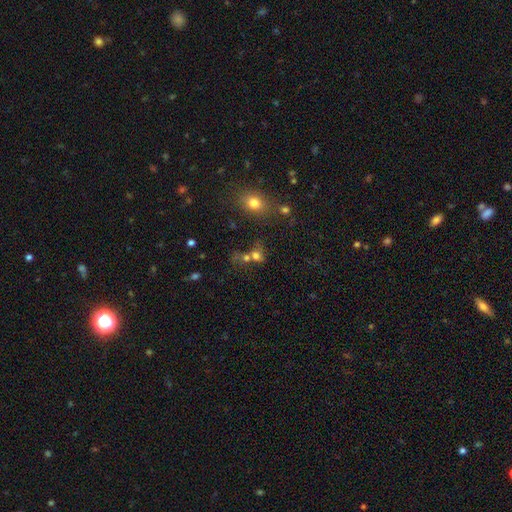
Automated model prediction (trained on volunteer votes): smooth_or_featured: smooth (p=0.70) [alt: star or artifact p=0.19]
how_rounded: round (p=0.62) [alt: in between p=0.36]
merging: merger (p=0.45) [alt: none p=0.38]